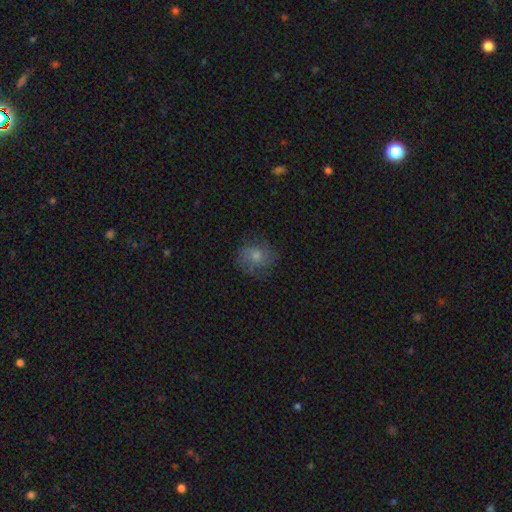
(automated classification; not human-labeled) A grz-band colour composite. It shows a smooth galaxy with no disk features (47%). Merging: none (76%).